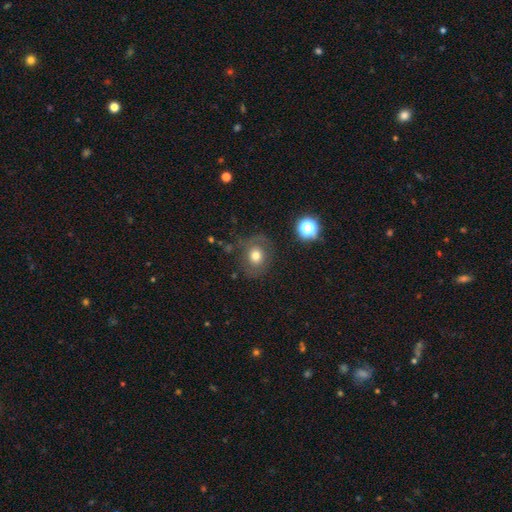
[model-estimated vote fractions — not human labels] Q: Smooth or featured?
A: smooth (66%); runner-up: featured or disk (20%)
Q: How rounded?
A: round (67%); runner-up: in between (32%)
Q: Merging?
A: none (71%); runner-up: minor disturbance (17%)